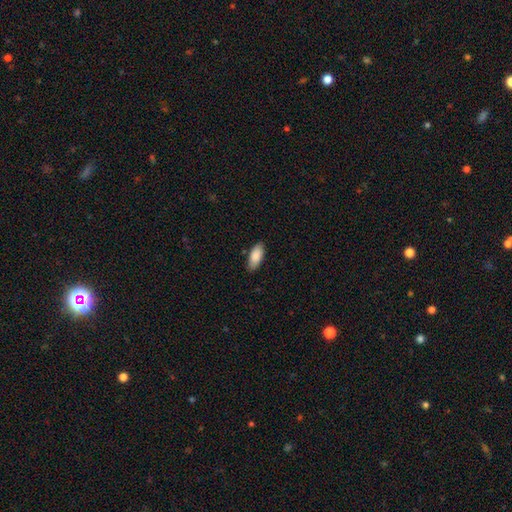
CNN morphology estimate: This appears to be a smooth galaxy with no disk features (88%) that is in between round and cigar-shaped (85%). Merging: none (86%).